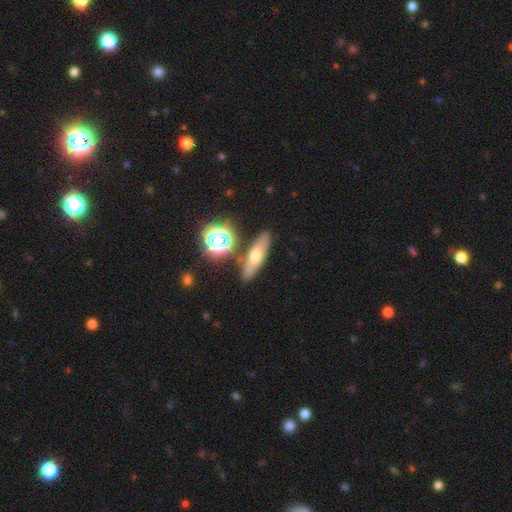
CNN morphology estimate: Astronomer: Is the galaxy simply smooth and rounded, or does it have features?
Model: smooth — 53% (runner-up: featured or disk, 33%).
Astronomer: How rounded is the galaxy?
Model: cigar-shaped — 50% (runner-up: in between, 39%).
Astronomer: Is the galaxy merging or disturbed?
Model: none — 80%.